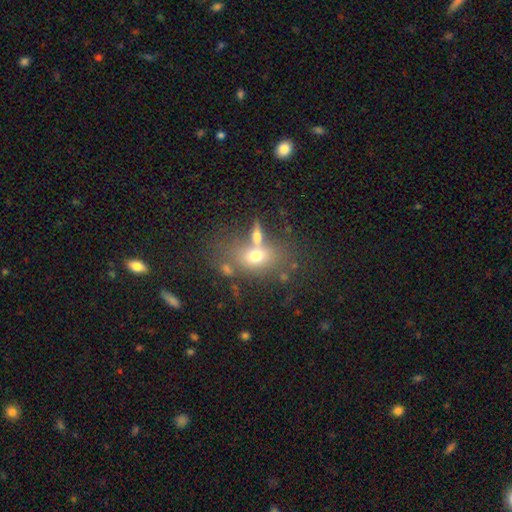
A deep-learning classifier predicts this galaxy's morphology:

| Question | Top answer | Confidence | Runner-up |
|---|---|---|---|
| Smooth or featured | smooth | 64% | featured or disk (23%) |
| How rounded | in between | 72% | round (24%) |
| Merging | none | 49% | merger (29%) |